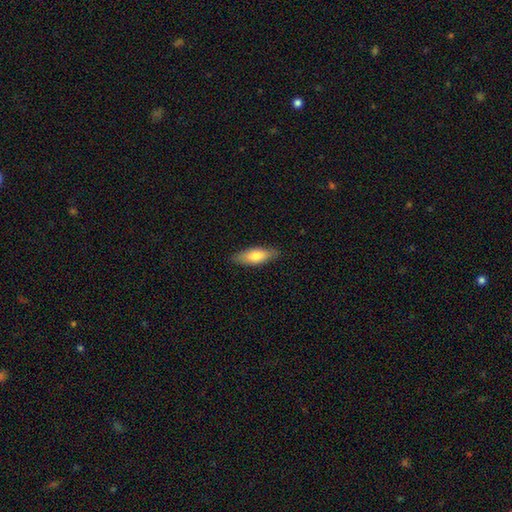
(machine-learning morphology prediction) smooth_or_featured: smooth (p=0.72) [alt: featured or disk p=0.22]
how_rounded: in between (p=0.64) [alt: cigar-shaped p=0.33]
merging: none (p=0.87) [alt: minor disturbance p=0.10]